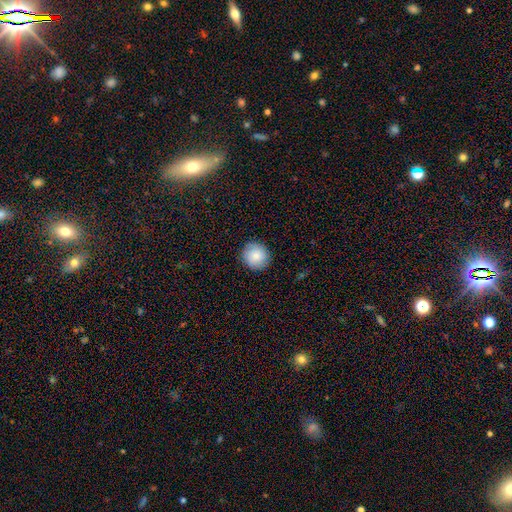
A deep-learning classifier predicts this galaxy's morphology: A smooth galaxy with no disk features (85%) that is round (92%). Merging: none (90%).